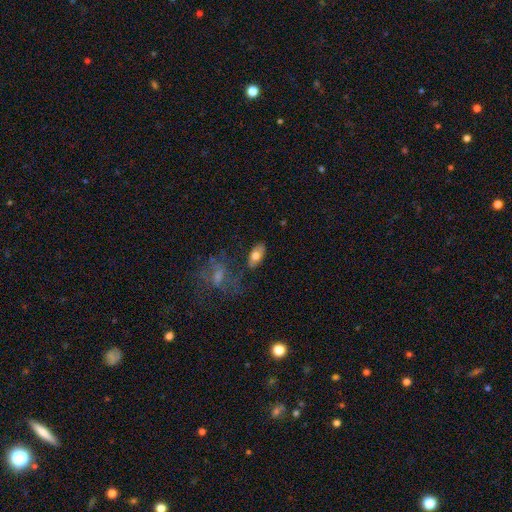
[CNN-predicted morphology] A smooth galaxy with no disk features (69%) that is in between round and cigar-shaped (88%). Merging: none (71%).